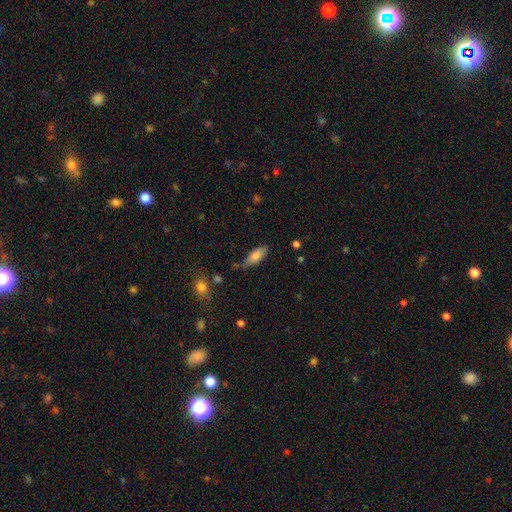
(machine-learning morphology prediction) Smooth or featured?
  - smooth: 76% *
  - featured or disk: 17%
  - star or artifact: 7%
How rounded?
  - in between: 72% *
  - cigar-shaped: 26%
  - round: 2%
Merging?
  - none: 59% *
  - minor disturbance: 30%
  - major disturbance: 7%
  - merger: 4%